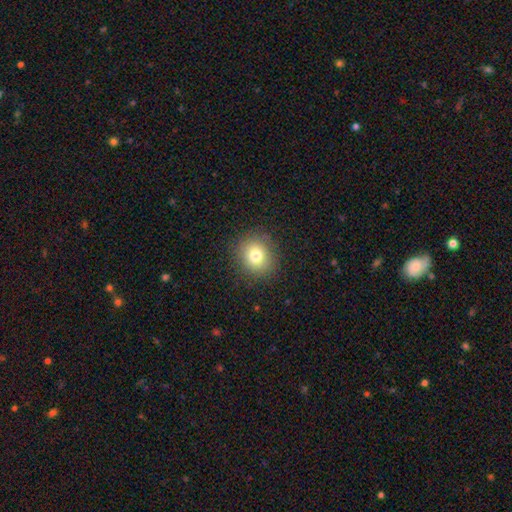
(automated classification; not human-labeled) Morphology: type=smooth (78%); roundness=round (82%); merging=none (88%).